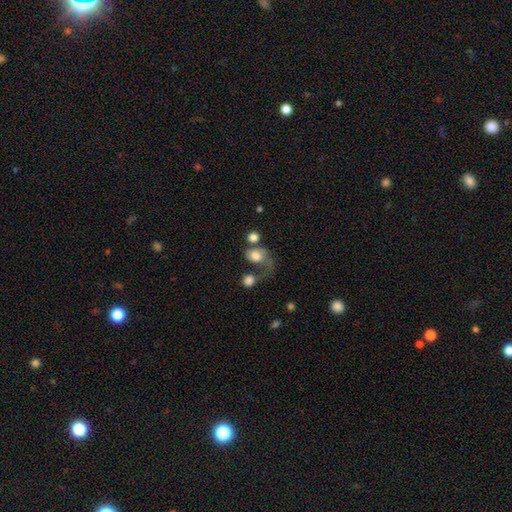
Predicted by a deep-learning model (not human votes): smooth_or_featured: smooth (p=0.59) [alt: featured or disk p=0.31]
how_rounded: round (p=0.54) [alt: in between p=0.45]
merging: major disturbance (p=0.37) [alt: merger p=0.27]